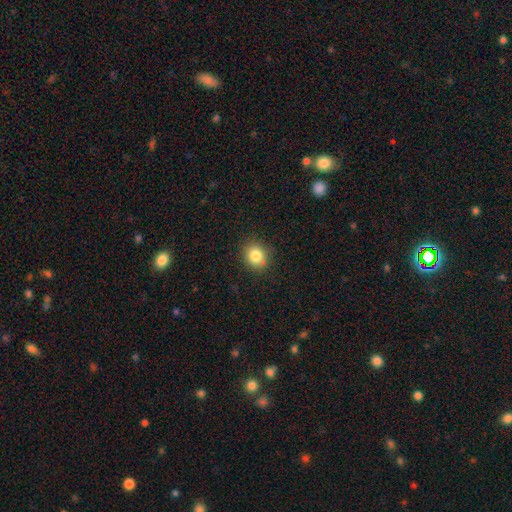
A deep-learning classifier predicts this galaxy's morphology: Smooth or featured: smooth — 83% (star or artifact — 10%)
How rounded: round — 67% (in between — 32%)
Merging: none — 89% (minor disturbance — 8%)